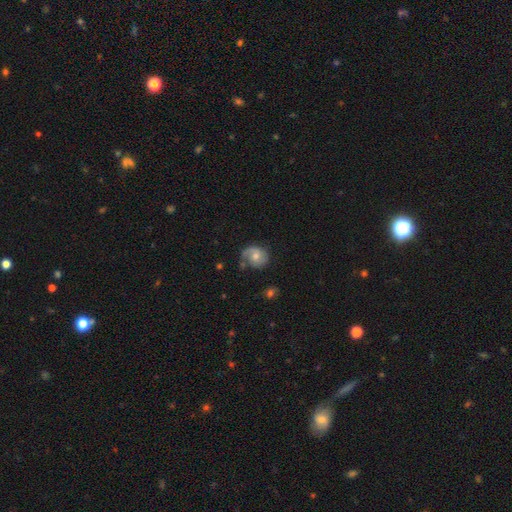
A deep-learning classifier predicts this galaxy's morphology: type=featured or disk (63%); edge-on=no (97%); bar=no (63%); spiral arms=yes (89%); winding=medium (42%); arm count=2 (47%); bulge=moderate (54%); merging=none (59%).